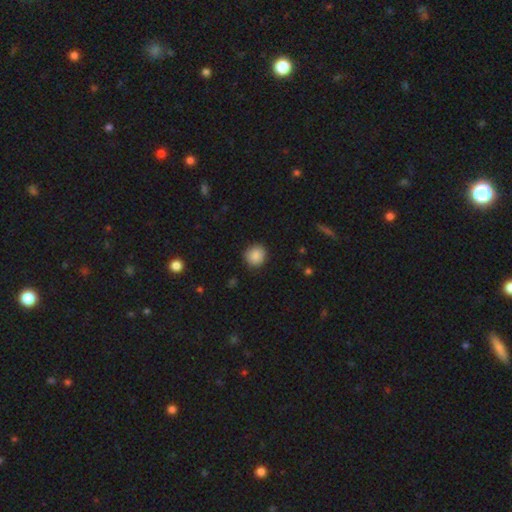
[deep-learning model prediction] Smooth or featured? smooth (88%)
How rounded? round (84%)
Merging? none (87%)